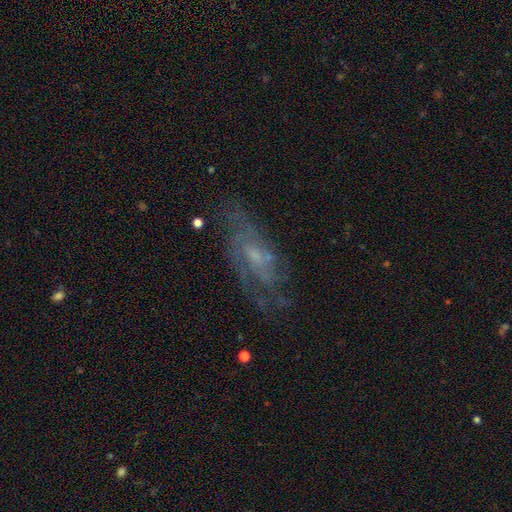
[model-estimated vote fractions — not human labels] smooth_or_featured: featured or disk (p=0.73) [alt: smooth p=0.16]
disk_edge_on: no (p=0.89) [alt: yes p=0.11]
bar: no (p=0.60) [alt: weak p=0.34]
has_spiral_arms: yes (p=0.86) [alt: no p=0.14]
spiral_winding: medium (p=0.44) [alt: tight p=0.38]
spiral_arm_count: can't tell (p=0.44) [alt: 2 p=0.23]
bulge_size: small (p=0.57) [alt: moderate p=0.27]
merging: none (p=0.68) [alt: minor disturbance p=0.18]